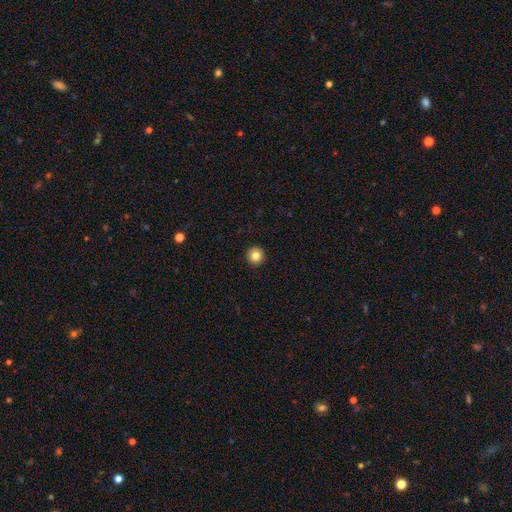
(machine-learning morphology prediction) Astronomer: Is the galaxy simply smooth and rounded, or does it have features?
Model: smooth — 83%.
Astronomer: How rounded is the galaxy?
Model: round — 96%.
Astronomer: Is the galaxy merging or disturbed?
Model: none — 94%.